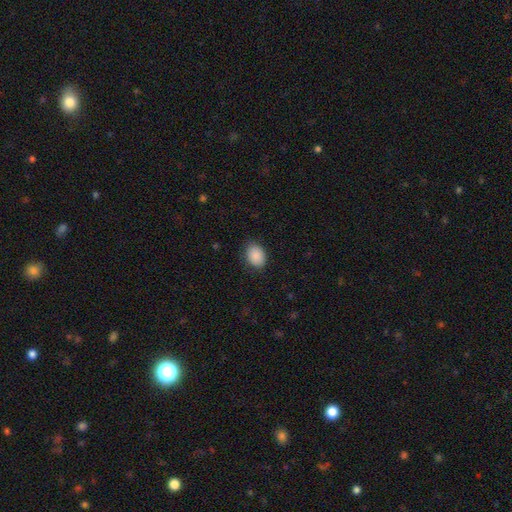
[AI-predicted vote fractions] Smooth or featured? Predicted: smooth (p=0.89). How rounded? Predicted: in between (p=0.70). Merging? Predicted: none (p=0.82).